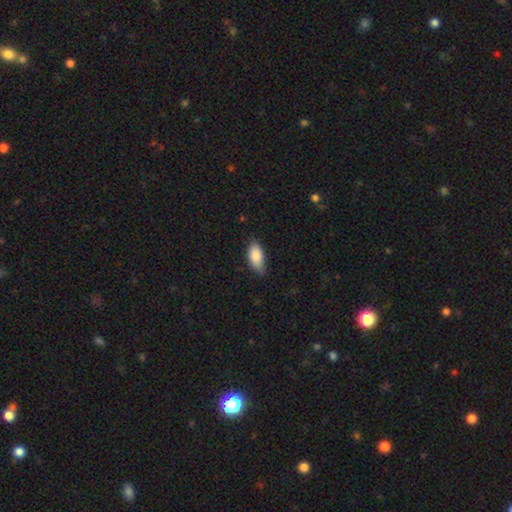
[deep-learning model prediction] Smooth or featured? smooth (87%)
How rounded? in between (92%)
Merging? none (70%)